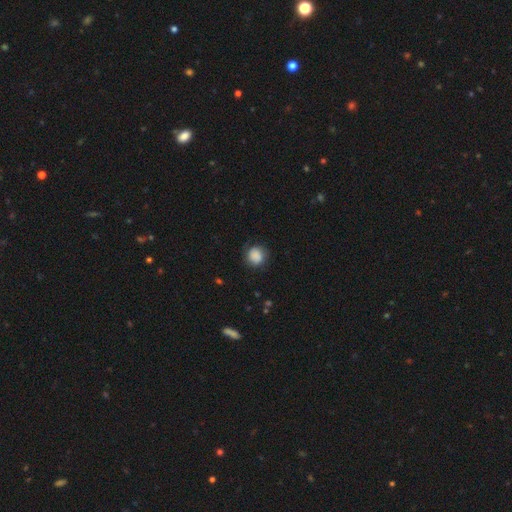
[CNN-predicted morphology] Smooth or featured? smooth (83%)
How rounded? round (84%)
Merging? none (73%)